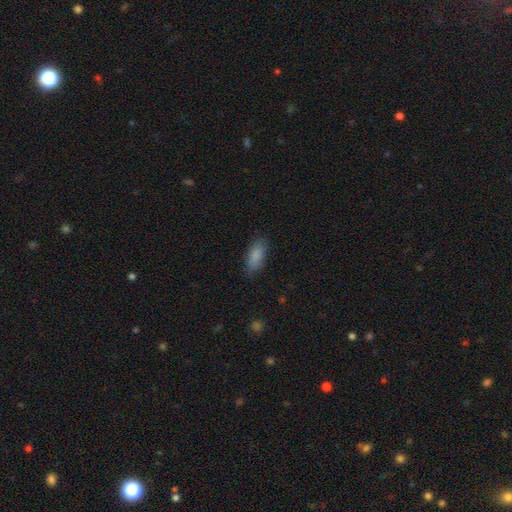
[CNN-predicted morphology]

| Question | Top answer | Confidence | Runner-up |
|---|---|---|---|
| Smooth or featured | smooth | 87% | star or artifact (7%) |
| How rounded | in between | 83% | cigar-shaped (15%) |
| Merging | none | 82% | minor disturbance (14%) |